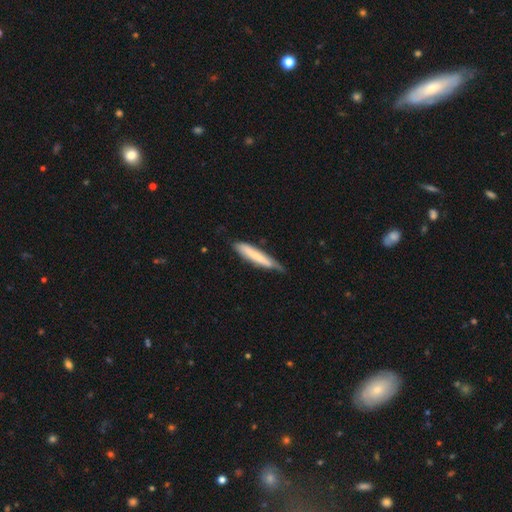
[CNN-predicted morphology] This appears to be a smooth galaxy with no disk features (67%) that is cigar-shaped (92%). Merging: none (57%).